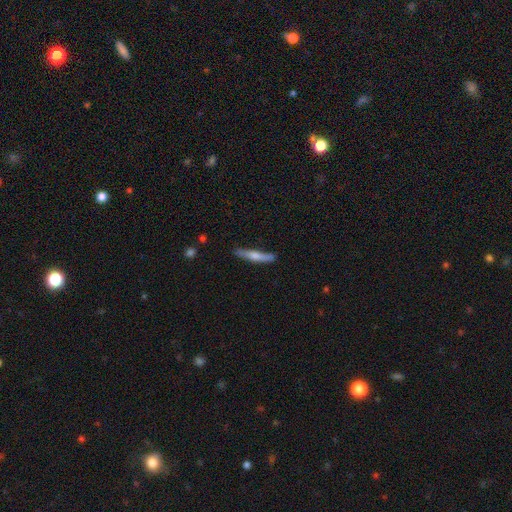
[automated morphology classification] Overall: smooth (56%; featured or disk 39%). How rounded: cigar-shaped (92%). Merging: none (80%).